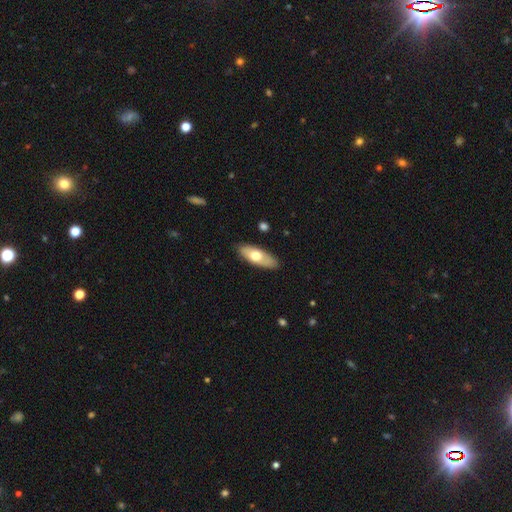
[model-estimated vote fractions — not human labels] The model was most divided on "smooth or featured": smooth: 61%, featured or disk: 34%, star or artifact: 5%. More confident: merging — none (87%); how rounded — in between (72%).